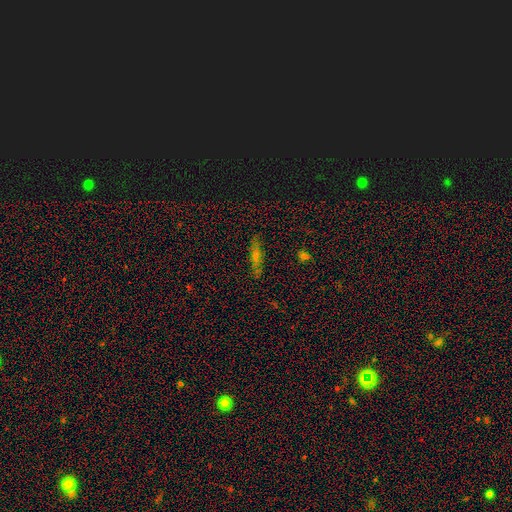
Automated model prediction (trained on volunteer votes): Smooth or featured?
  - smooth: 48% *
  - featured or disk: 37%
  - star or artifact: 16%
Merging?
  - none: 86% *
  - minor disturbance: 10%
  - major disturbance: 2%
  - merger: 2%